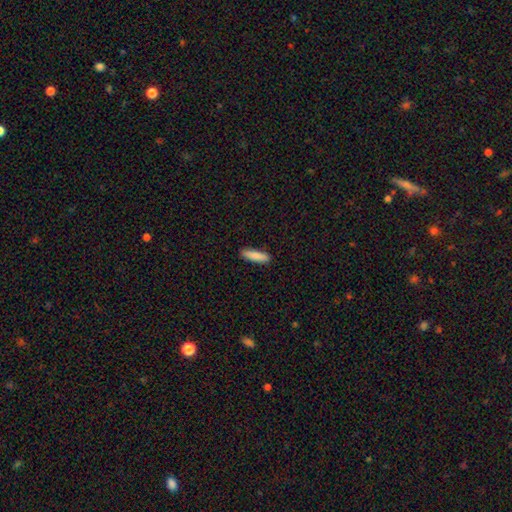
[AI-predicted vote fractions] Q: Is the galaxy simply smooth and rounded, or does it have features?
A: smooth — 85%.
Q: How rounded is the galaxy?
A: cigar-shaped — 73%.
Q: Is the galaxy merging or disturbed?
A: none — 90%.